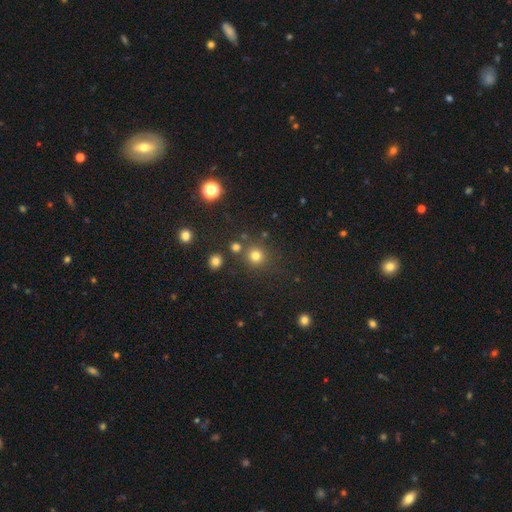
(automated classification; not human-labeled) A smooth galaxy with no disk features (76%) that is round (93%).

Vote fractions:
- Smooth or featured? smooth: 76% / star or artifact: 18% / featured or disk: 6%
- How rounded? round: 93% / in between: 6% / cigar-shaped: 1%
- Merging? none: 80% / minor disturbance: 8% / merger: 8% / major disturbance: 4%